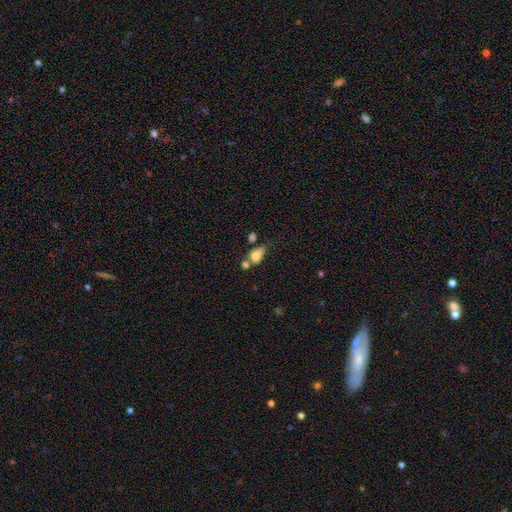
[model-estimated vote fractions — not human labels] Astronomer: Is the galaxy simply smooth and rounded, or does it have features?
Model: smooth — 75%.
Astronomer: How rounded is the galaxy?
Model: in between — 75%.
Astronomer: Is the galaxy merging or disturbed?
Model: none — 37% (runner-up: merger, 29%).